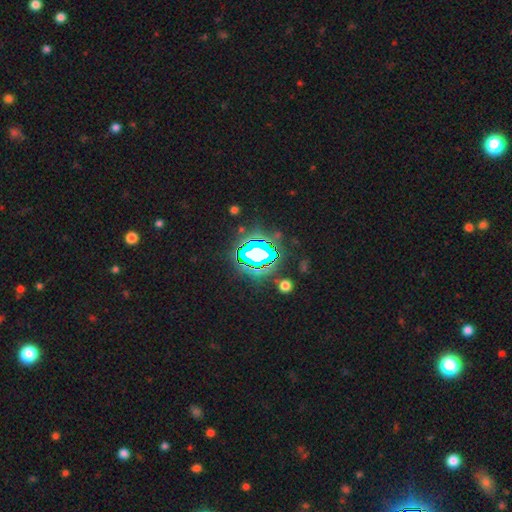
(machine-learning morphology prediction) A star or artifact, not a galaxy (75%).